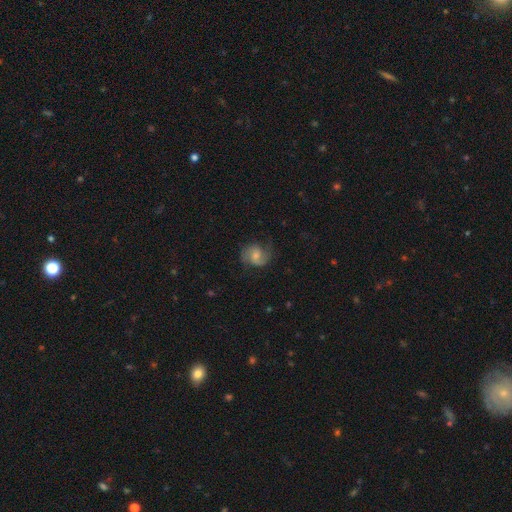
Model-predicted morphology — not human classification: The model was most divided on "bar": no: 46%, weak: 45%, strong: 10%. Remaining: edge-on disk — no (97%); spiral arms — yes (92%); spiral arm count — 2 (79%); merging — none (65%); smooth or featured — featured or disk (63%); spiral winding — medium (47%); bulge size — moderate (45%).